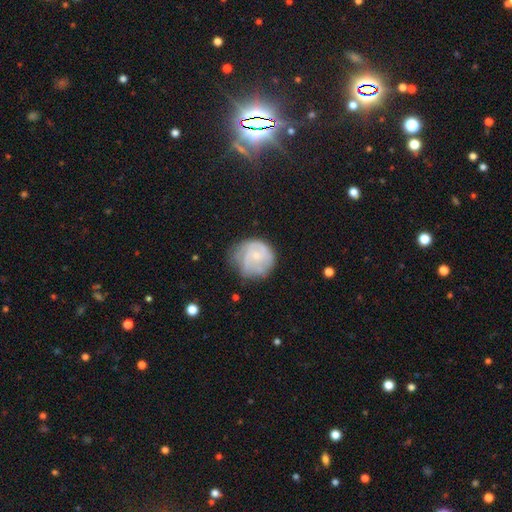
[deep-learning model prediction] Q: Smooth or featured?
A: featured or disk (58%); runner-up: smooth (35%)
Q: Edge-on disk?
A: no (98%); runner-up: yes (2%)
Q: Bar?
A: no (73%); runner-up: weak (24%)
Q: Spiral arms?
A: yes (78%); runner-up: no (22%)
Q: Bulge size?
A: small (64%); runner-up: moderate (22%)
Q: Merging?
A: none (55%); runner-up: minor disturbance (28%)